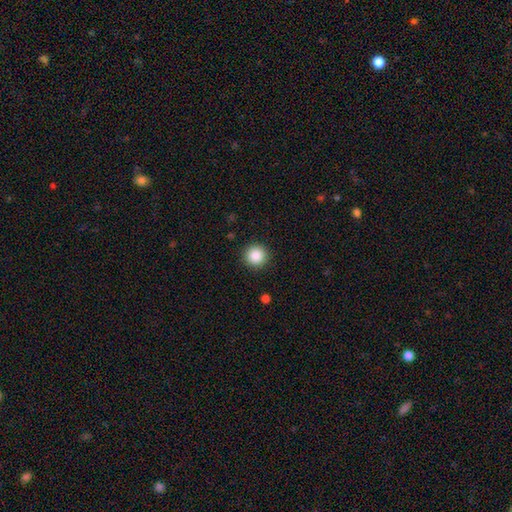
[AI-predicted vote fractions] Smooth or featured?
  - smooth: 87% *
  - star or artifact: 10%
  - featured or disk: 4%
How rounded?
  - round: 96% *
  - in between: 3%
  - cigar-shaped: 1%
Merging?
  - none: 92% *
  - minor disturbance: 5%
  - major disturbance: 2%
  - merger: 1%